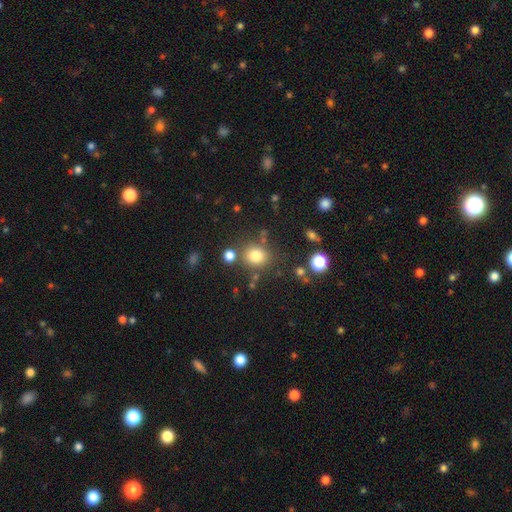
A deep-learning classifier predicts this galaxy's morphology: Smooth or featured?
  - smooth: 79% *
  - star or artifact: 14%
  - featured or disk: 8%
How rounded?
  - round: 73% *
  - in between: 26%
  - cigar-shaped: 1%
Merging?
  - none: 77% *
  - minor disturbance: 11%
  - merger: 8%
  - major disturbance: 4%